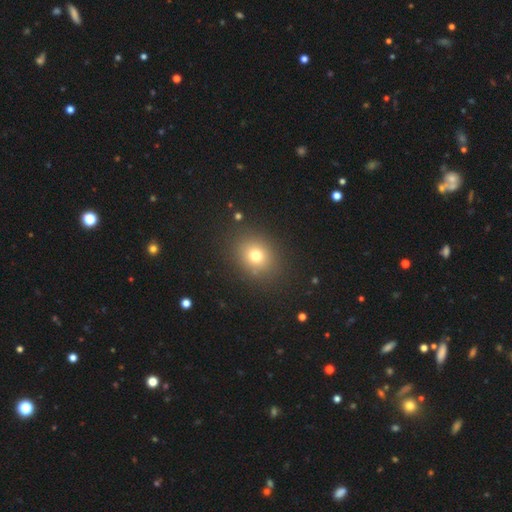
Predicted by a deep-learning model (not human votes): smooth_or_featured: smooth (p=0.74) [alt: star or artifact p=0.16]
how_rounded: round (p=0.61) [alt: in between p=0.39]
merging: none (p=0.87) [alt: minor disturbance p=0.08]